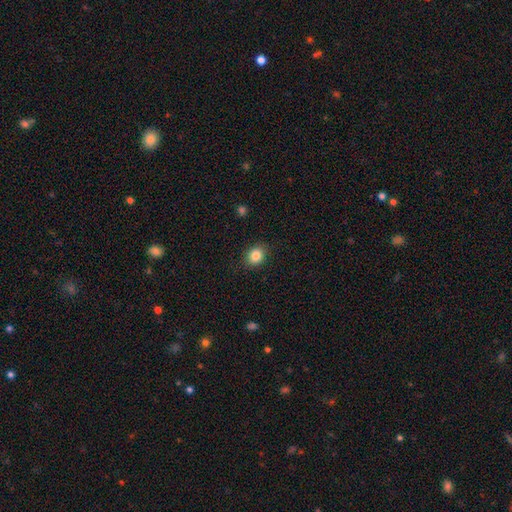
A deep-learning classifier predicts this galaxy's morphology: Q: Smooth or featured?
A: smooth (85%); runner-up: star or artifact (10%)
Q: How rounded?
A: round (53%); runner-up: in between (46%)
Q: Merging?
A: none (87%); runner-up: minor disturbance (9%)